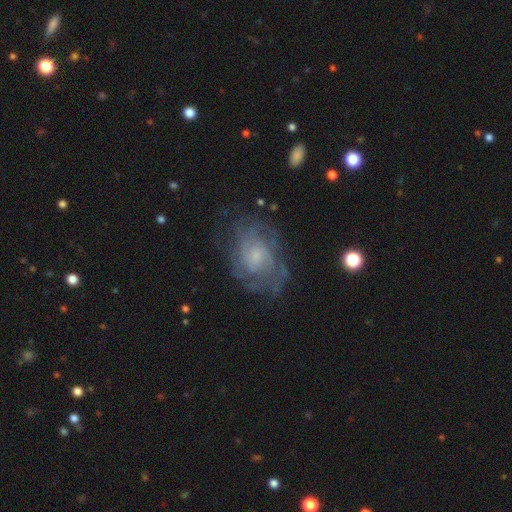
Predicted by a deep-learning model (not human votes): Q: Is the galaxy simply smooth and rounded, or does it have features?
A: featured or disk — 73%.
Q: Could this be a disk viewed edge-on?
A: no — 97%.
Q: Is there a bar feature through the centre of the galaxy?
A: no — 67%.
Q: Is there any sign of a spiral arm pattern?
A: yes — 84%.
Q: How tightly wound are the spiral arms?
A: tight — 49%.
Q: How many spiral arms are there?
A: can't tell — 51%.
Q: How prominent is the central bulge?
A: small — 55%.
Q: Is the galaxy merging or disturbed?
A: none — 66%.